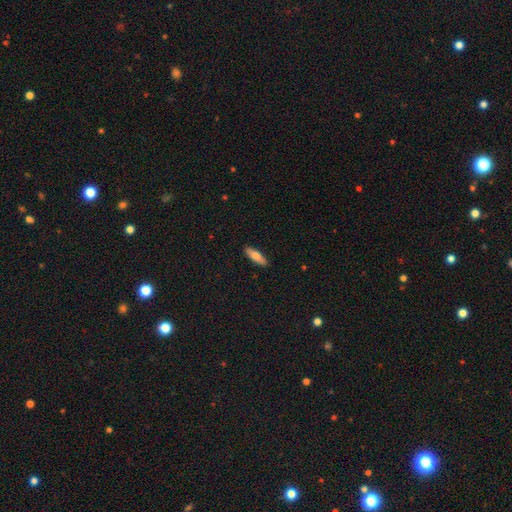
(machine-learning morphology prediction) This is likely a smooth galaxy (72%). How rounded: possibly cigar-shaped (56%). Merging: clearly none (90%).